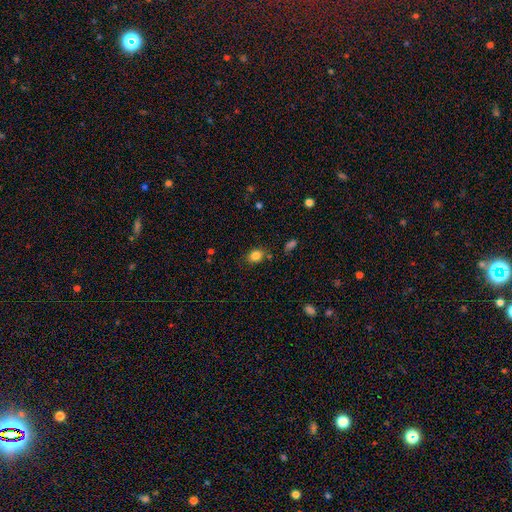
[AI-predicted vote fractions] Smooth or featured: smooth — 84% (star or artifact — 11%)
How rounded: in between — 58% (round — 40%)
Merging: none — 76% (minor disturbance — 15%)